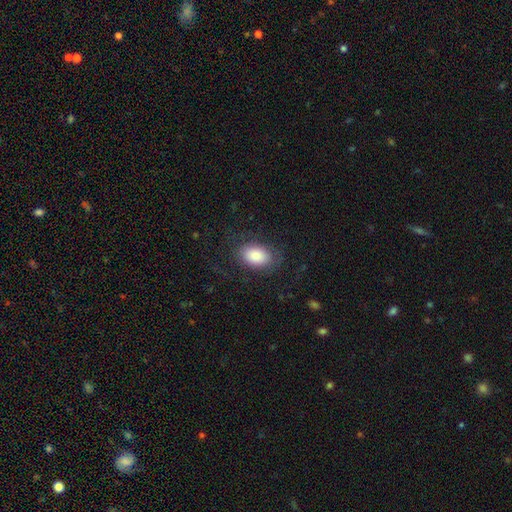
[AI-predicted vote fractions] Smooth or featured? smooth (79%)
How rounded? in between (89%)
Merging? none (74%)